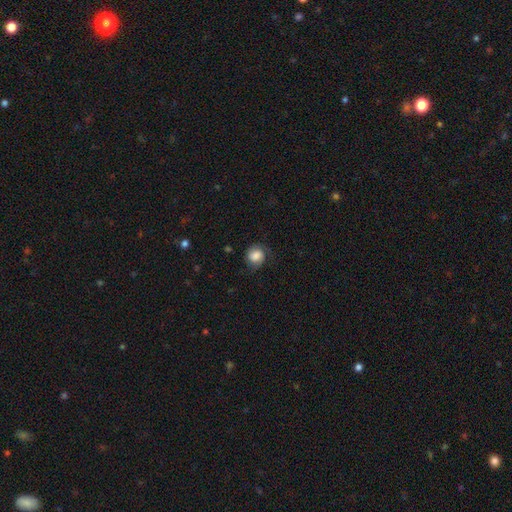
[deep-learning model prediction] This is likely a smooth galaxy (67%). How rounded: likely round (78%). Merging: likely none (66%).